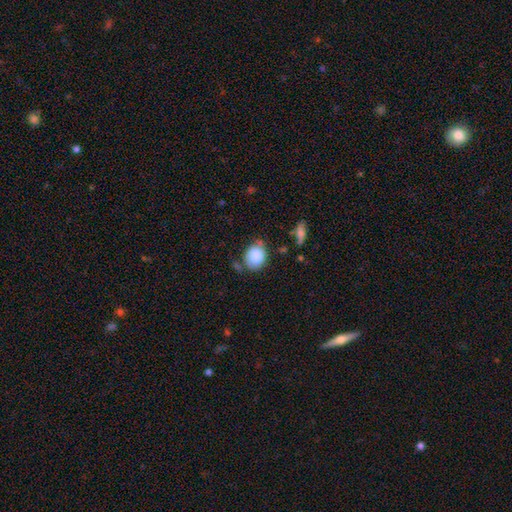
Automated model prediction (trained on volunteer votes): smooth-or-featured: smooth: 87% | star or artifact: 8% | featured or disk: 6%
  how-rounded: round: 54% | in between: 45% | cigar-shaped: 1%
  merging: none: 64% | minor disturbance: 22% | merger: 8% | major disturbance: 6%